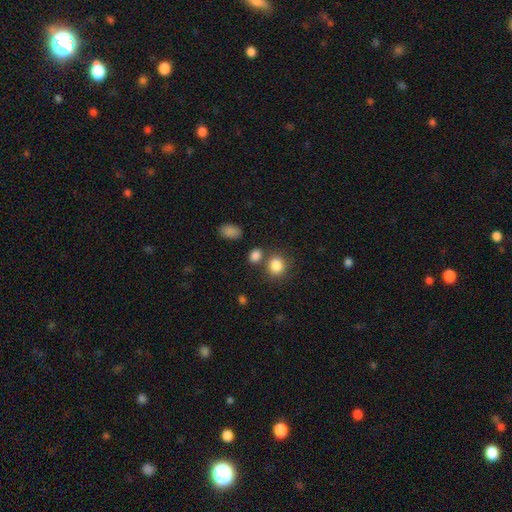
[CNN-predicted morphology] Smooth or featured?
  - smooth: 84% *
  - star or artifact: 11%
  - featured or disk: 5%
How rounded?
  - round: 61% *
  - in between: 38%
  - cigar-shaped: 1%
Merging?
  - none: 67% *
  - merger: 18%
  - minor disturbance: 10%
  - major disturbance: 4%